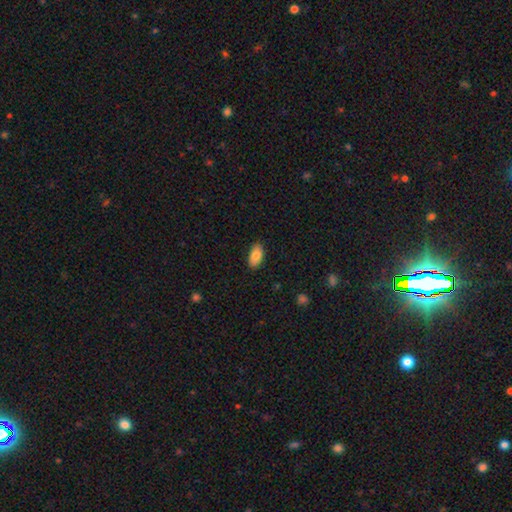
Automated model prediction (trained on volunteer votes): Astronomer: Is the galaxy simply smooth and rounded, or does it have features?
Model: smooth — 84%.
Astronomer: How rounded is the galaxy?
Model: in between — 93%.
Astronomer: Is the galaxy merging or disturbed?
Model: none — 88%.